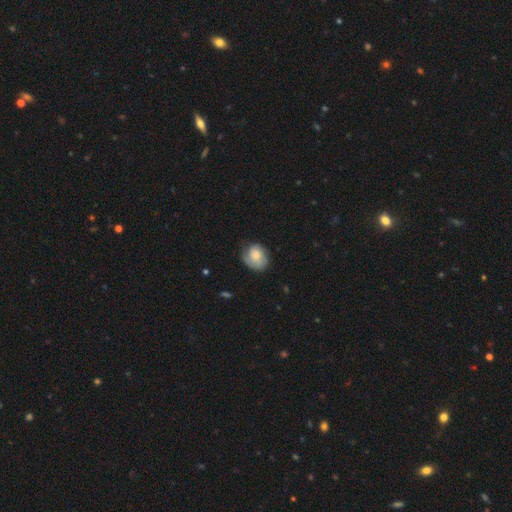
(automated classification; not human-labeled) The model was most divided on "smooth or featured": smooth: 53%, featured or disk: 40%, star or artifact: 7%. More confident: merging — none (61%); how rounded — round (60%).